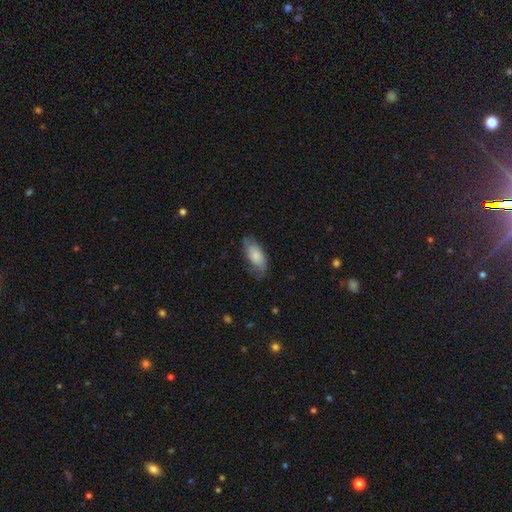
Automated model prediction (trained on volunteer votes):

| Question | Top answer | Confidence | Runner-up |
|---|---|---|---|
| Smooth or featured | smooth | 77% | featured or disk (17%) |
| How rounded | in between | 87% | cigar-shaped (10%) |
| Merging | none | 61% | minor disturbance (29%) |